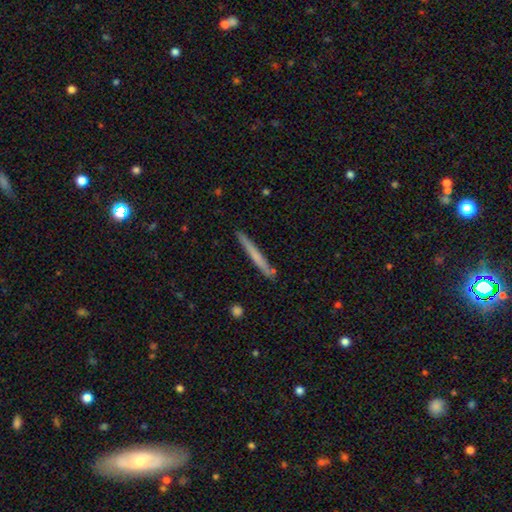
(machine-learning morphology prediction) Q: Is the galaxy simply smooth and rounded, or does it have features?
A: smooth — 60%.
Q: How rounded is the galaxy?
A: cigar-shaped — 97%.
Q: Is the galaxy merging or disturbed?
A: none — 88%.